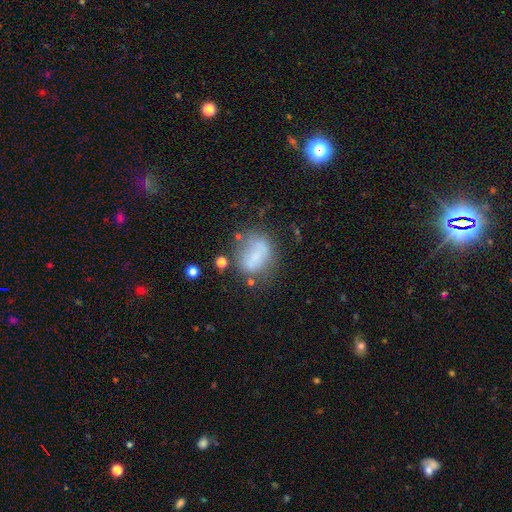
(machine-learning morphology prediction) This appears to be a smooth galaxy with no disk features (60%) that is in between round and cigar-shaped (63%). Merging: none (42%).